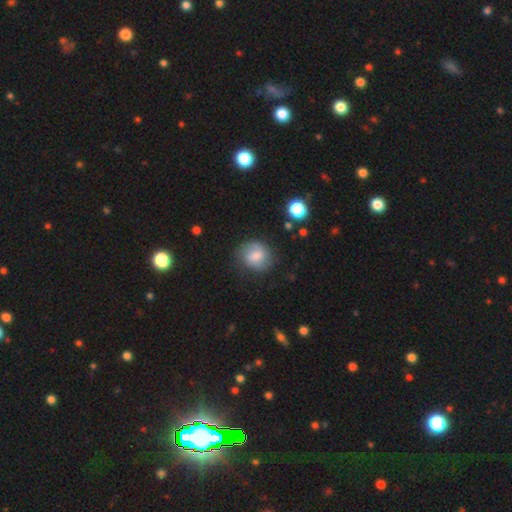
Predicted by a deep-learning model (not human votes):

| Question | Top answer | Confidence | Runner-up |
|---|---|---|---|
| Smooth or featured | smooth | 61% | featured or disk (30%) |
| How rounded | round | 77% | in between (22%) |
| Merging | none | 76% | minor disturbance (17%) |